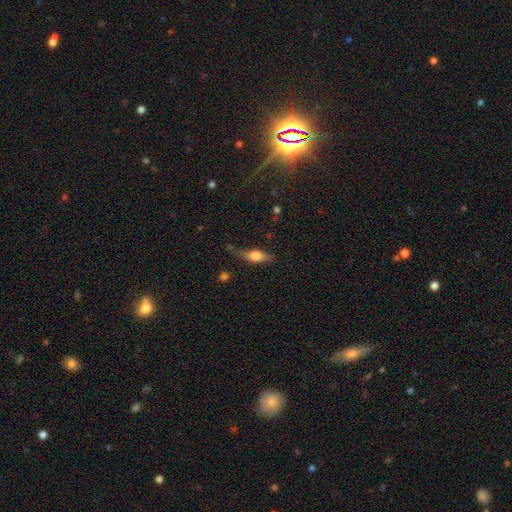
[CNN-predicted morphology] Q: Smooth or featured?
A: smooth (56%); runner-up: featured or disk (36%)
Q: How rounded?
A: in between (57%); runner-up: cigar-shaped (38%)
Q: Merging?
A: none (59%); runner-up: minor disturbance (28%)